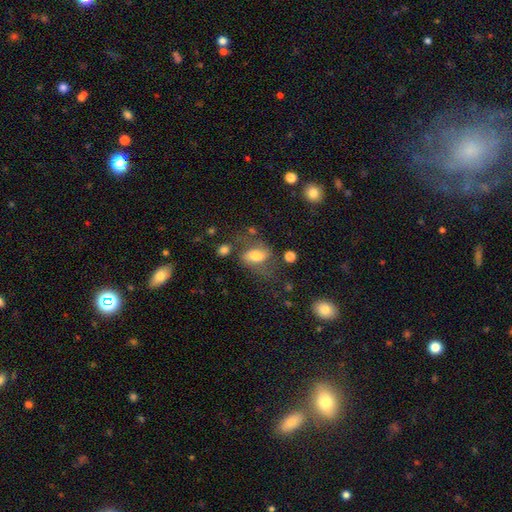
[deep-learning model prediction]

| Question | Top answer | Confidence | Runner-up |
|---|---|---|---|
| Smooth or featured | smooth | 59% | featured or disk (31%) |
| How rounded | in between | 81% | round (15%) |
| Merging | none | 48% | minor disturbance (24%) |